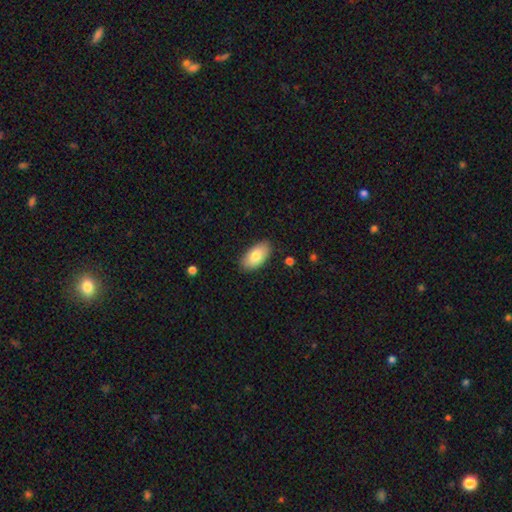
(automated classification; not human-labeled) smooth_or_featured: smooth (p=0.81) [alt: featured or disk p=0.13]
how_rounded: in between (p=0.95) [alt: round p=0.03]
merging: none (p=0.85) [alt: minor disturbance p=0.12]